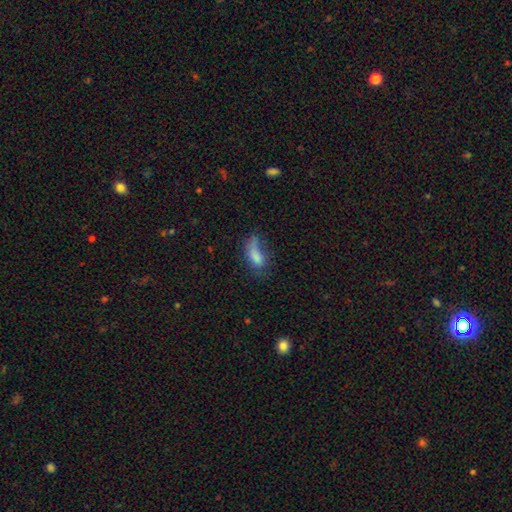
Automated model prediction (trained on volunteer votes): smooth-or-featured: smooth: 73% | featured or disk: 17% | star or artifact: 10%
  how-rounded: in between: 82% | cigar-shaped: 14% | round: 4%
  merging: major disturbance: 35% | none: 32% | minor disturbance: 28% | merger: 5%